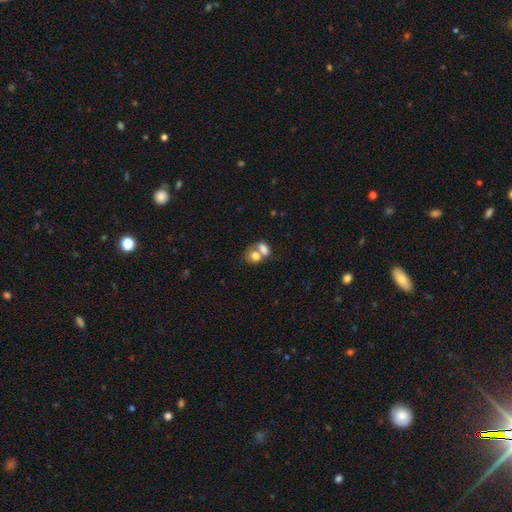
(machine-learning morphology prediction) Overall: smooth (74%). How rounded: in between (62%; round 37%). Merging: merger (63%; none 24%).